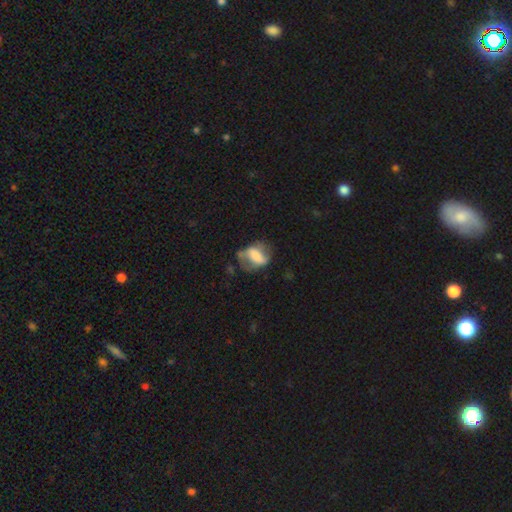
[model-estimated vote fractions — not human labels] Smooth or featured? Predicted: featured or disk (p=0.47). Merging? Predicted: none (p=0.44).